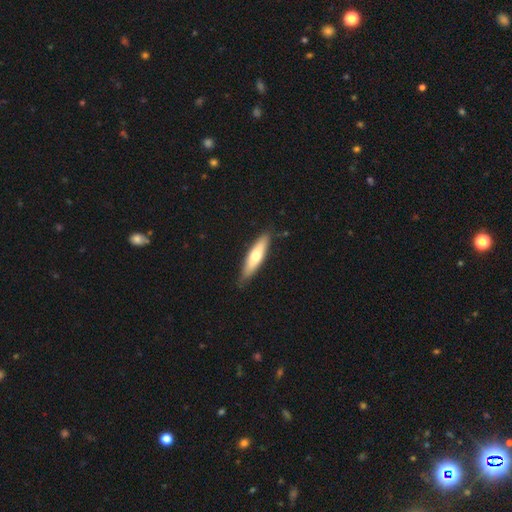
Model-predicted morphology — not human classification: The model was most divided on "smooth or featured": smooth: 58%, featured or disk: 37%, star or artifact: 5%. More confident: merging — none (83%); how rounded — cigar-shaped (66%).